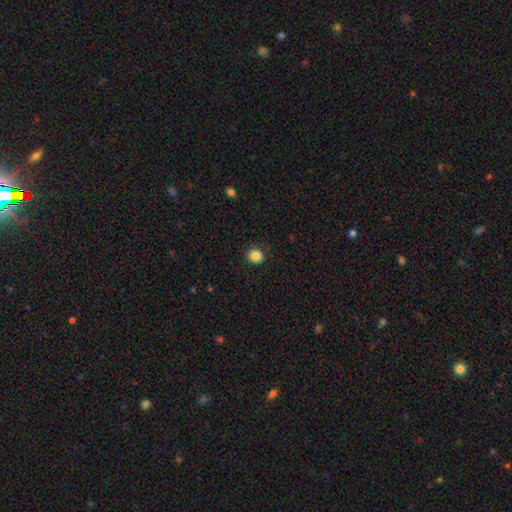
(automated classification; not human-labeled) Smooth or featured?
  - smooth: 84% *
  - star or artifact: 11%
  - featured or disk: 5%
How rounded?
  - round: 89% *
  - in between: 10%
  - cigar-shaped: 1%
Merging?
  - none: 90% *
  - minor disturbance: 7%
  - major disturbance: 2%
  - merger: 1%